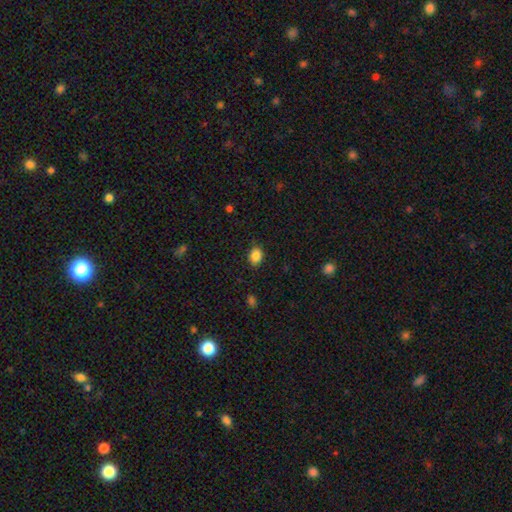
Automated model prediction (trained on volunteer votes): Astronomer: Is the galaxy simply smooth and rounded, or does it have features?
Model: smooth — 85%.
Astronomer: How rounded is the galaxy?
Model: in between — 58% (runner-up: round, 41%).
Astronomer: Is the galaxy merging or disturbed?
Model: none — 84%.